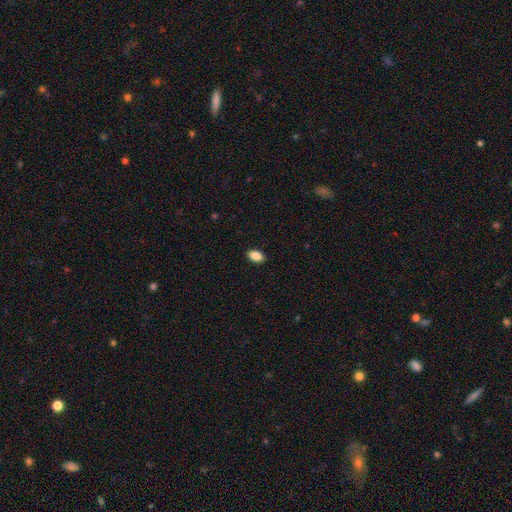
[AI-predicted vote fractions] The model was most divided on "smooth or featured": smooth: 89%, star or artifact: 8%, featured or disk: 4%. More confident: how rounded — in between (91%); merging — none (90%).